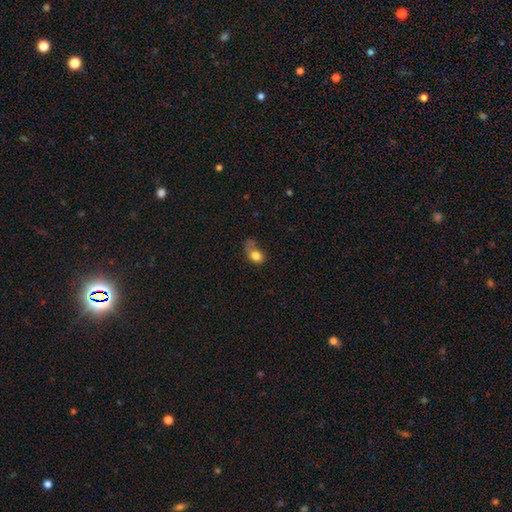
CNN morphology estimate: Smooth or featured?
  - smooth: 78% *
  - featured or disk: 12%
  - star or artifact: 10%
How rounded?
  - in between: 54% *
  - round: 44%
  - cigar-shaped: 2%
Merging?
  - major disturbance: 33% *
  - minor disturbance: 29%
  - none: 26%
  - merger: 12%